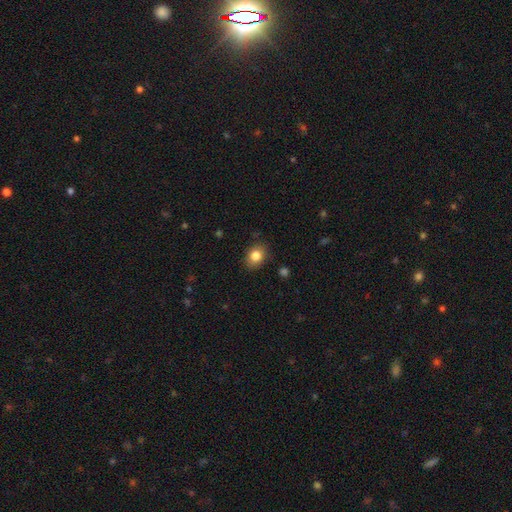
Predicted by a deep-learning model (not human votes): smooth 84%, star or artifact 10%, featured or disk 7%. Down the decision tree: how rounded — in between (52%); merging — none (85%).